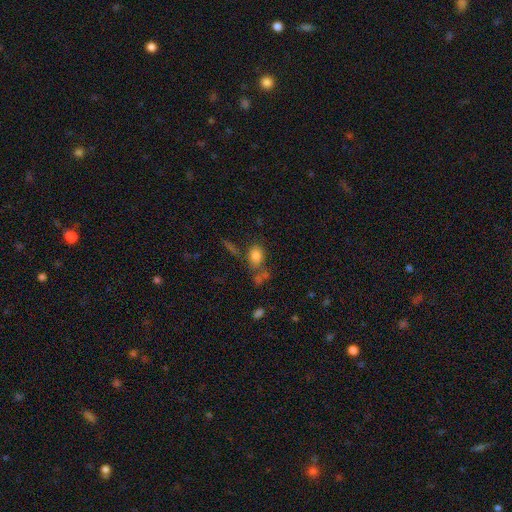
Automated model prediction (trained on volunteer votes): Overall: smooth (80%). How rounded: in between (63%; round 34%). Merging: none (57%; merger 21%).